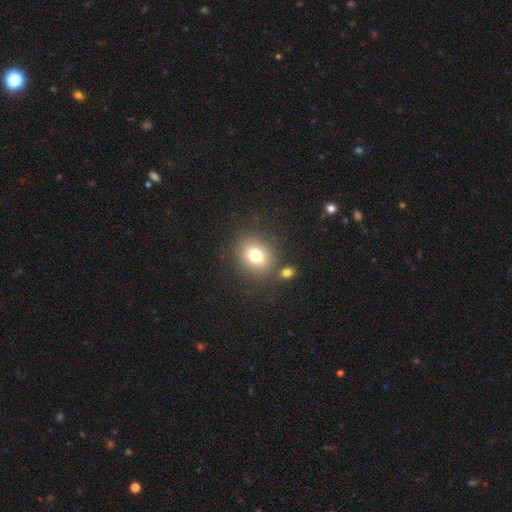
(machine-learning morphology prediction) A smooth galaxy with no disk features (76%) that is round (62%). Merging: none (77%).